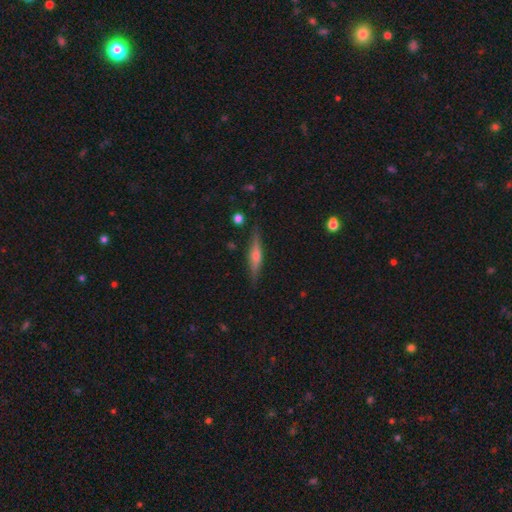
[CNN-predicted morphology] This is likely a featured or disk galaxy (68%). It is clearly viewed edge-on (97%). Edge-on bulge: clearly rounded (84%). Merging: clearly none (88%).